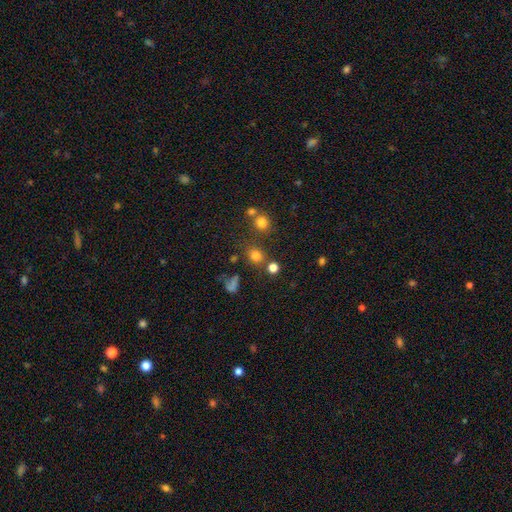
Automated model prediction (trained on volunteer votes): smooth 75%, star or artifact 18%, featured or disk 7%. Down the decision tree: how rounded — round (81%); merging — none (72%).